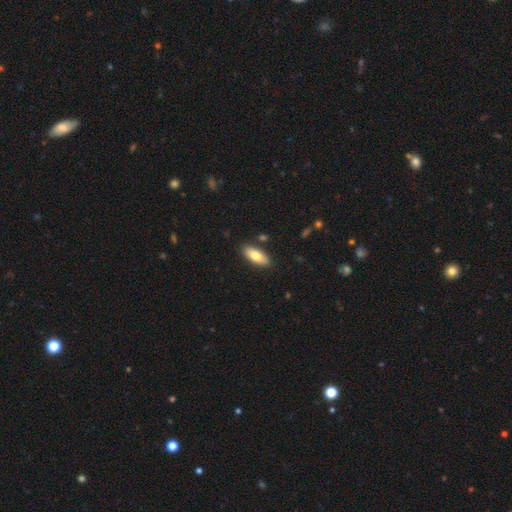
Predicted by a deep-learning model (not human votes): This appears to be a smooth galaxy with no disk features (77%) that is in between round and cigar-shaped (80%). Merging: none (85%).